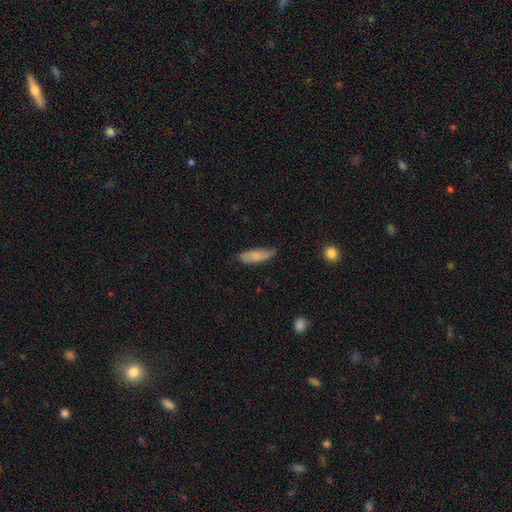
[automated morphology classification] A smooth galaxy with no disk features (76%) that is in between round and cigar-shaped (56%). Merging: none (68%).